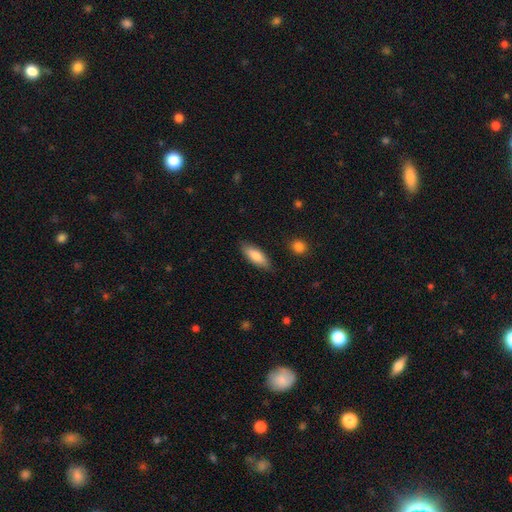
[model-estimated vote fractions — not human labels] Smooth or featured?
  - smooth: 83% *
  - featured or disk: 11%
  - star or artifact: 6%
How rounded?
  - in between: 68% *
  - cigar-shaped: 30%
  - round: 2%
Merging?
  - none: 85% *
  - minor disturbance: 11%
  - major disturbance: 2%
  - merger: 2%